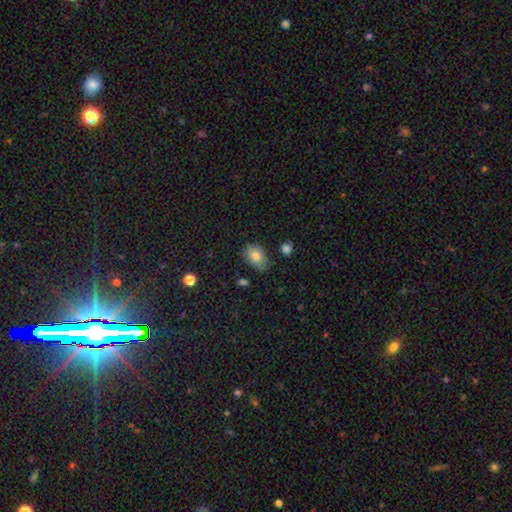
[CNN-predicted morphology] A smooth galaxy with no disk features (82%) that is in between round and cigar-shaped (85%). Merging: none (75%).